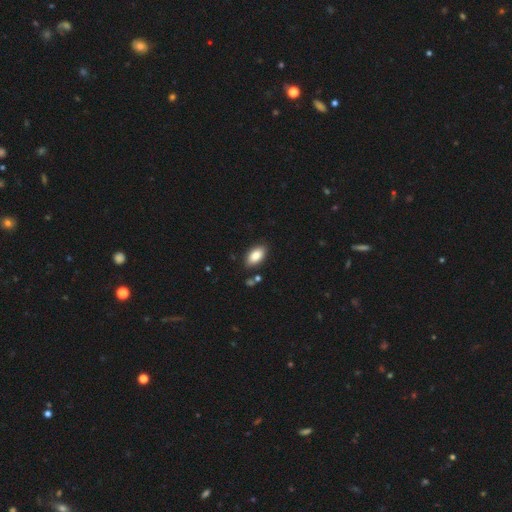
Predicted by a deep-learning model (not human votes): Morphology: type=smooth (86%); roundness=in between (93%); merging=none (84%).